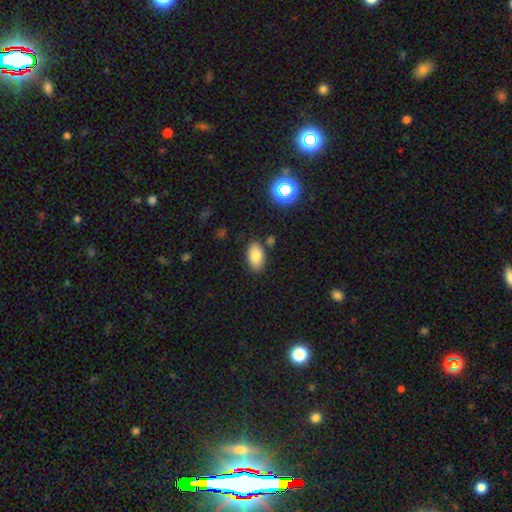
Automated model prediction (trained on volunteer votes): The model was most divided on "smooth or featured": smooth: 81%, star or artifact: 10%, featured or disk: 9%. More confident: how rounded — in between (92%); merging — none (83%).